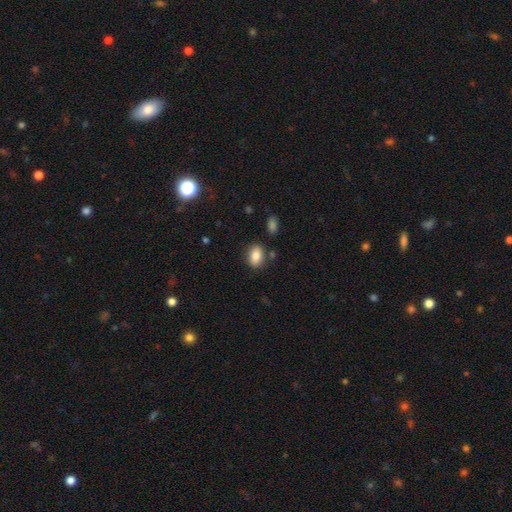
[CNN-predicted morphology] type=smooth (84%); roundness=in between (80%); merging=none (82%).